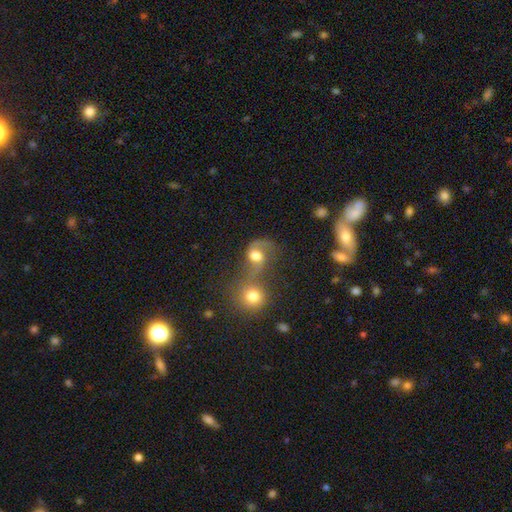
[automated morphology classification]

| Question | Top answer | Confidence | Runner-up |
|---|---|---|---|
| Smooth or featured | smooth | 48% | featured or disk (40%) |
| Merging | merger | 57% | none (20%) |